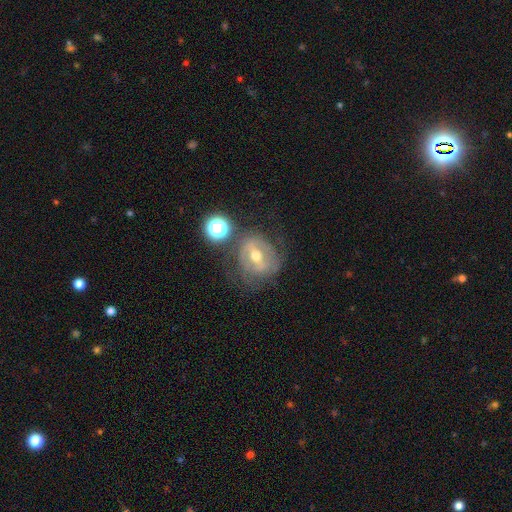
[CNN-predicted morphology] Smooth or featured?
  - featured or disk: 69% *
  - smooth: 21%
  - star or artifact: 11%
Edge-on disk?
  - no: 94% *
  - yes: 6%
Bar?
  - strong: 43% *
  - weak: 37%
  - no: 21%
Spiral arms?
  - yes: 53% *
  - no: 47%
Bulge size?
  - moderate: 70% *
  - small: 25%
  - large: 3%
  - none: 1%
  - dominant: 1%
Merging?
  - none: 61% *
  - minor disturbance: 19%
  - major disturbance: 13%
  - merger: 7%